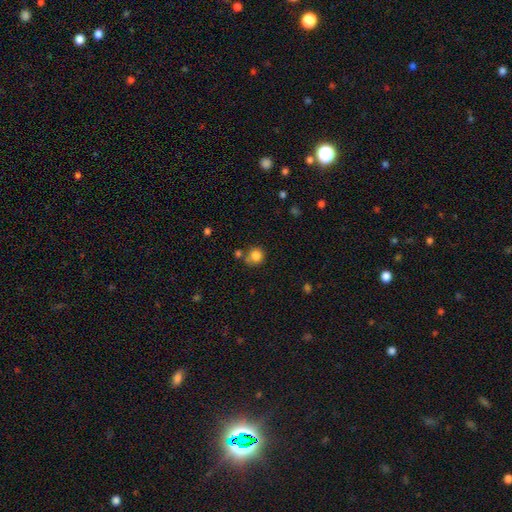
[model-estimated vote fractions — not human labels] smooth_or_featured: smooth (p=0.83) [alt: star or artifact p=0.11]
how_rounded: round (p=0.86) [alt: in between p=0.13]
merging: none (p=0.64) [alt: minor disturbance p=0.16]